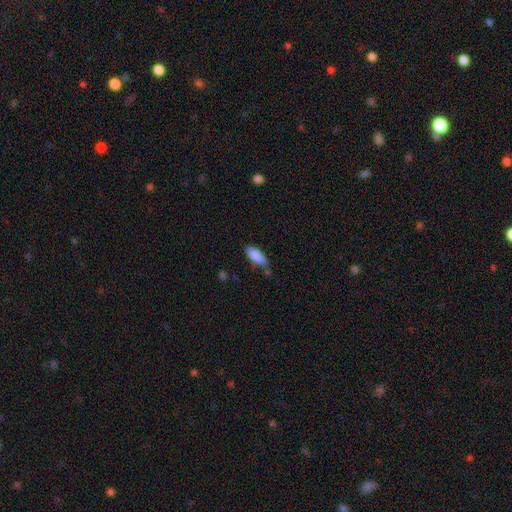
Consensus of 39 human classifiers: Smooth or featured: smooth — 95% (featured or disk — 3%)
How rounded: in between — 84% (round — 8%)
Merging: none — 71% (minor disturbance — 21%)